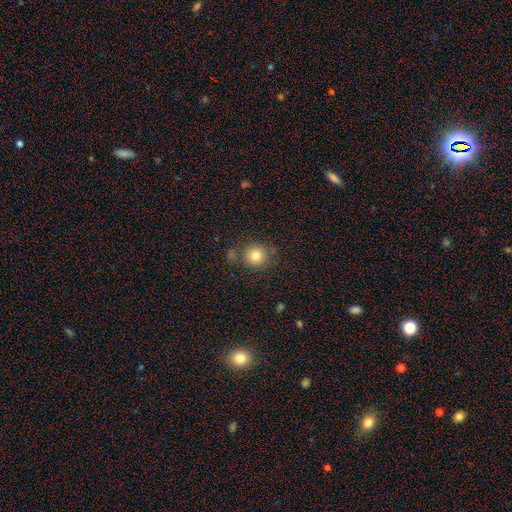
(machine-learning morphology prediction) Q: Smooth or featured?
A: smooth (80%); runner-up: star or artifact (12%)
Q: How rounded?
A: round (90%); runner-up: in between (9%)
Q: Merging?
A: none (77%); runner-up: minor disturbance (12%)